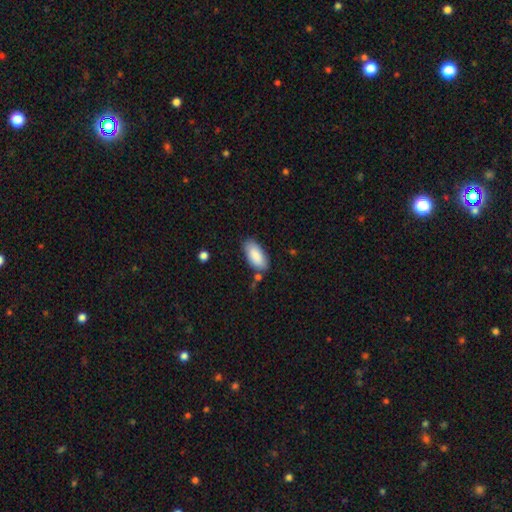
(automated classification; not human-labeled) Smooth or featured? Predicted: smooth (p=0.88). How rounded? Predicted: in between (p=0.91). Merging? Predicted: none (p=0.78).